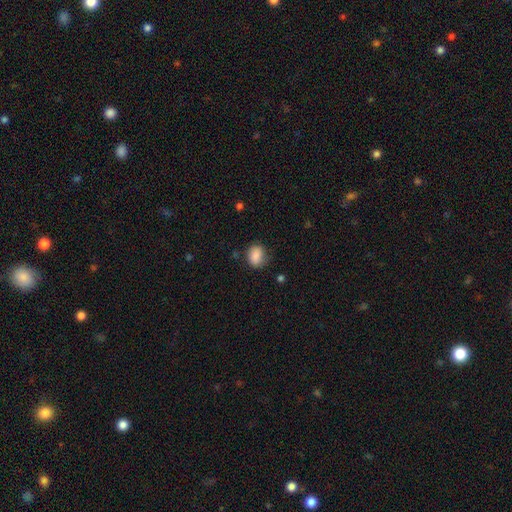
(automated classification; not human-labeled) Overall: smooth (85%). How rounded: round (50%; in between 49%). Merging: none (70%).